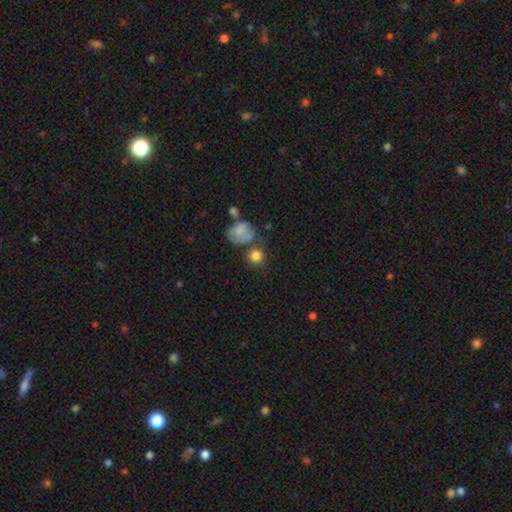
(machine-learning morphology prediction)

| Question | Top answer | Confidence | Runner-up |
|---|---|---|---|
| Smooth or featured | smooth | 83% | star or artifact (10%) |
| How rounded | round | 85% | in between (14%) |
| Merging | none | 64% | merger (15%) |